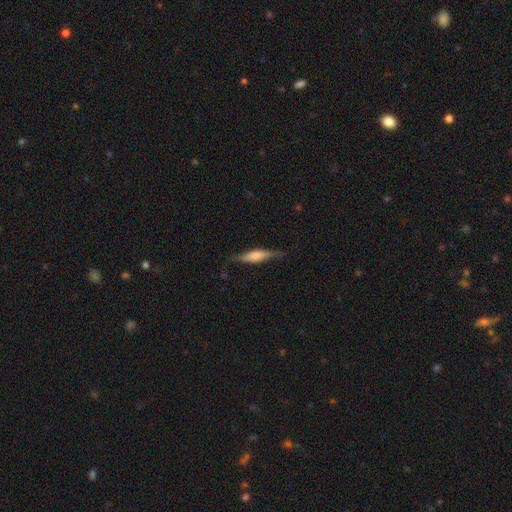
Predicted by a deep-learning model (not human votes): Morphology: type=featured or disk (52%); edge-on=yes (94%); merging=none (80%).